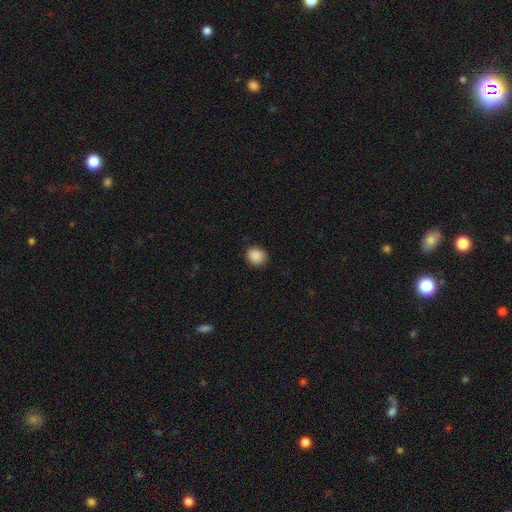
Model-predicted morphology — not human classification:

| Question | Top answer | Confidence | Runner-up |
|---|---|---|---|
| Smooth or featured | smooth | 89% | star or artifact (8%) |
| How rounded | round | 74% | in between (25%) |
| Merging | none | 86% | minor disturbance (11%) |